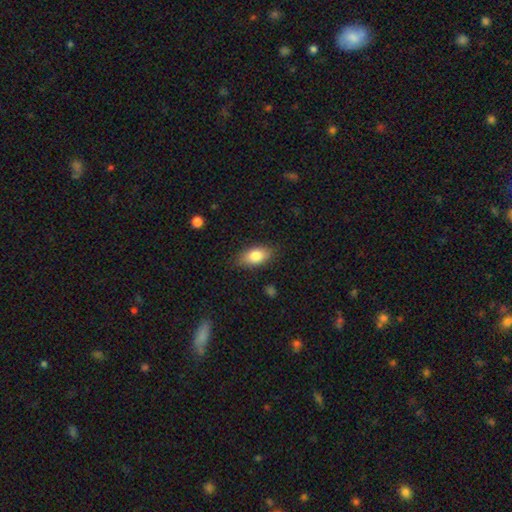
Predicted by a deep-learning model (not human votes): smooth_or_featured: smooth (p=0.82) [alt: featured or disk p=0.11]
how_rounded: in between (p=0.89) [alt: cigar-shaped p=0.06]
merging: none (p=0.84) [alt: minor disturbance p=0.12]